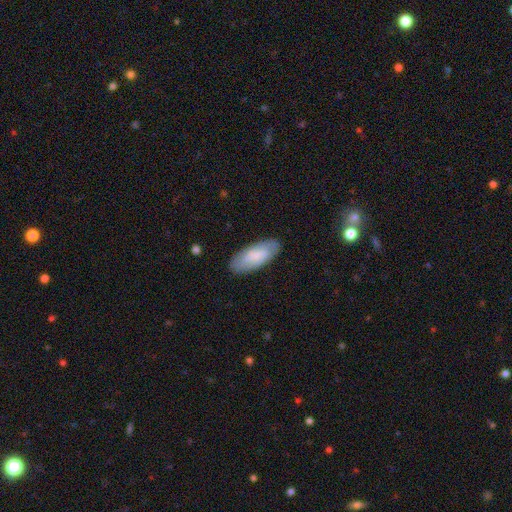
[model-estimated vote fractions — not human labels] Morphology: type=smooth (66%); roundness=in between (80%); merging=none (85%).